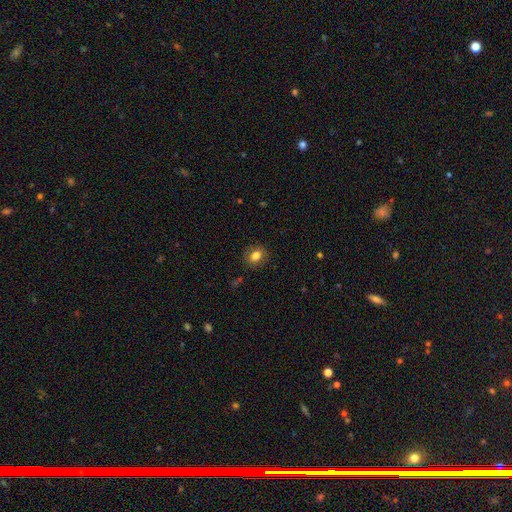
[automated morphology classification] The model was most divided on "how rounded": round: 52%, in between: 47%, cigar-shaped: 1%. More confident: merging — none (84%); smooth or featured — smooth (77%).